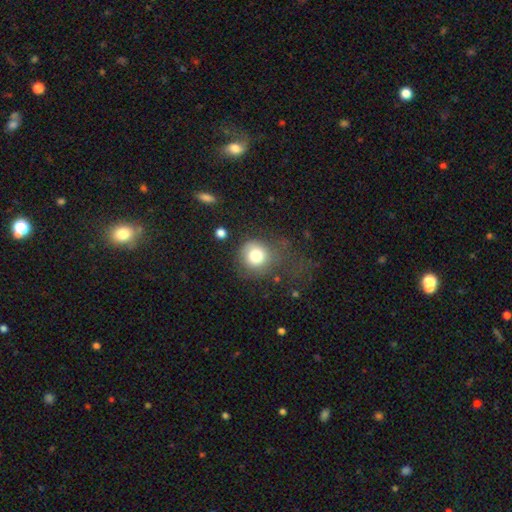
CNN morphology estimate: A smooth galaxy with no disk features (79%) that is round (87%).

Vote fractions:
- Smooth or featured? smooth: 79% / featured or disk: 11% / star or artifact: 10%
- How rounded? round: 87% / in between: 12% / cigar-shaped: 1%
- Merging? none: 52% / major disturbance: 23% / minor disturbance: 22% / merger: 3%